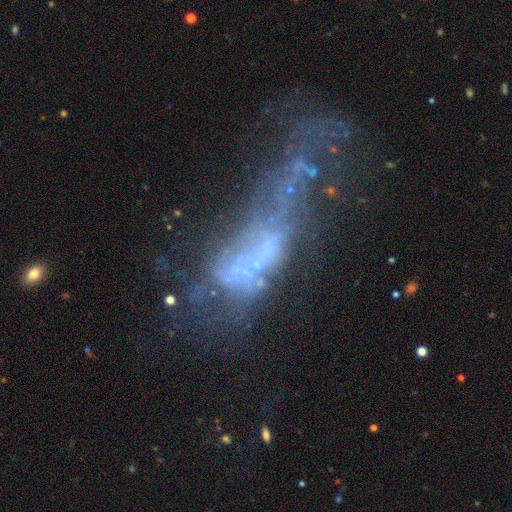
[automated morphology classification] This appears to be a featured or disk galaxy (55%). Merging: major disturbance (47%).